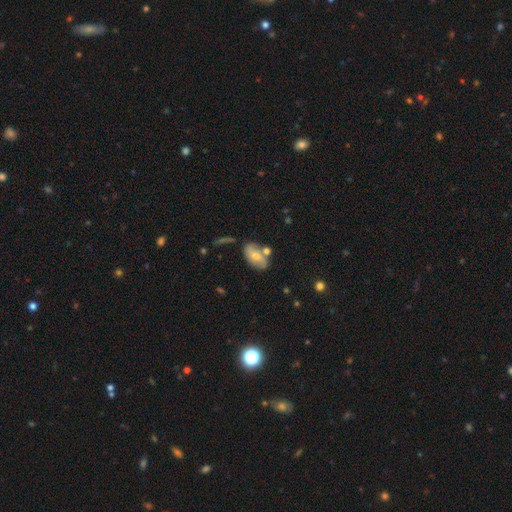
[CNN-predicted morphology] This appears to be a smooth galaxy with no disk features (57%) that is in between round and cigar-shaped (91%). Merging: none (60%).